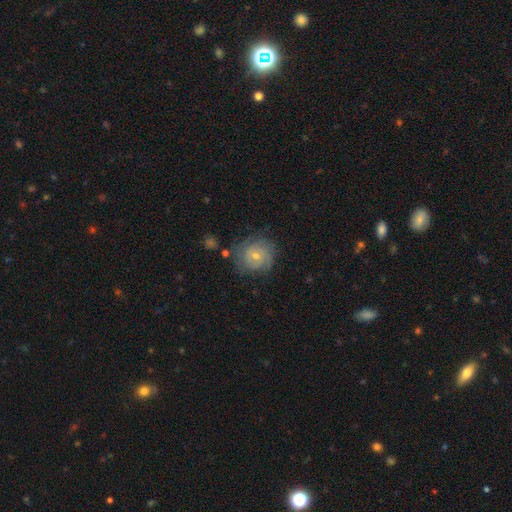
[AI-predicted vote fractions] featured or disk 63%, smooth 29%, star or artifact 8%. Down the decision tree: edge-on disk — no (97%); bar — no (71%); spiral arms — yes (85%); spiral arm count — can't tell (45%); spiral winding — tight (66%); bulge size — small (52%); merging — none (67%).